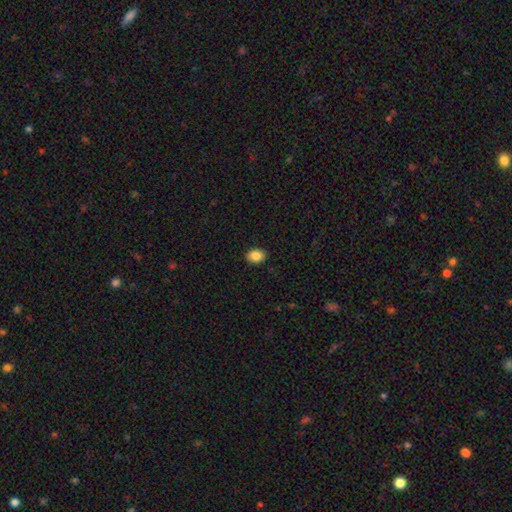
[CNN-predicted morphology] A smooth galaxy with no disk features (86%) that is in between round and cigar-shaped (65%). Merging: none (90%).